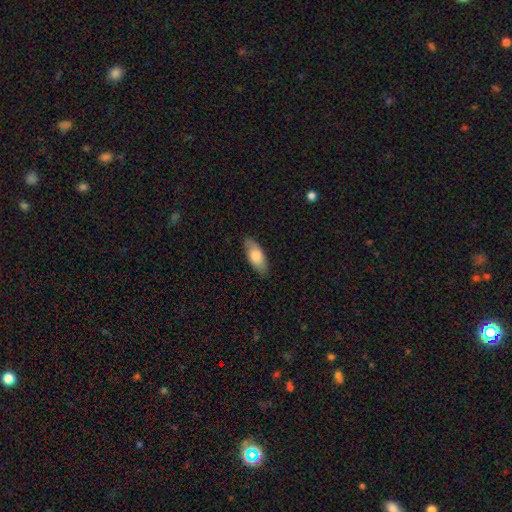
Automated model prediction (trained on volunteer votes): smooth_or_featured: smooth (p=0.76) [alt: featured or disk p=0.18]
how_rounded: in between (p=0.82) [alt: cigar-shaped p=0.16]
merging: none (p=0.83) [alt: minor disturbance p=0.13]